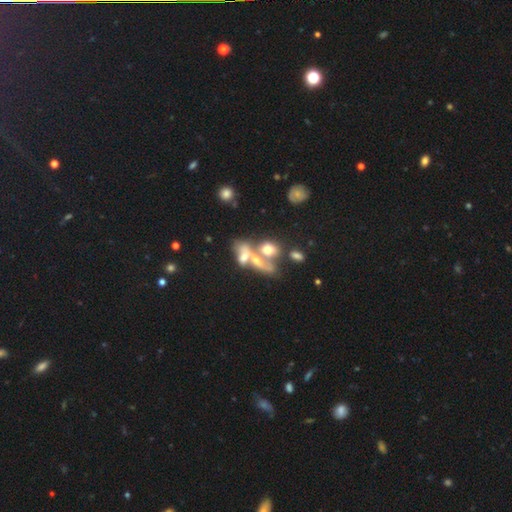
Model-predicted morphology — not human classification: Smooth or featured: featured or disk — 45% (smooth — 35%)
Merging: merger — 60% (none — 22%)